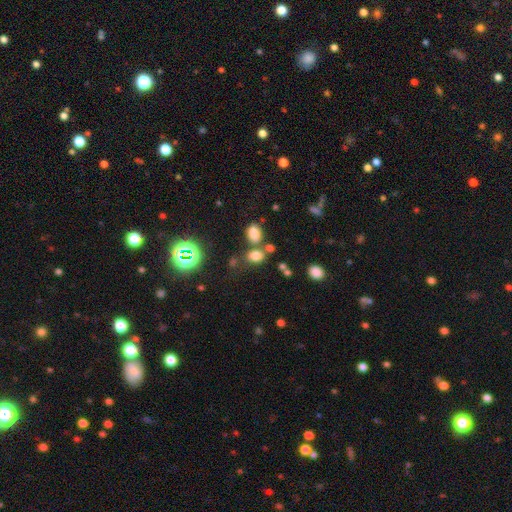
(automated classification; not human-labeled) smooth_or_featured: smooth (p=0.73) [alt: star or artifact p=0.20]
how_rounded: in between (p=0.70) [alt: round p=0.28]
merging: none (p=0.58) [alt: merger p=0.24]